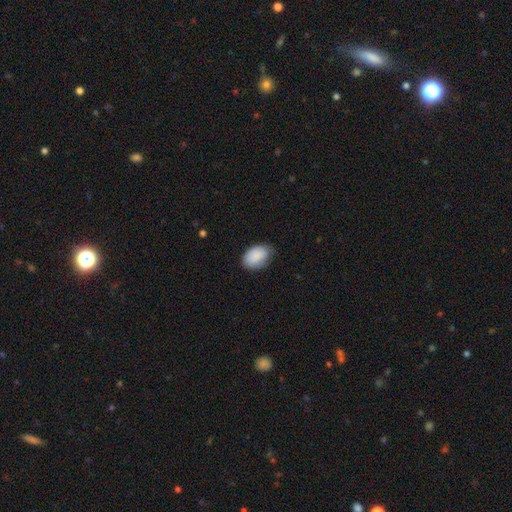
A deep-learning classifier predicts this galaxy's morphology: Q: Smooth or featured?
A: smooth (90%); runner-up: star or artifact (6%)
Q: How rounded?
A: in between (90%); runner-up: round (9%)
Q: Merging?
A: none (73%); runner-up: minor disturbance (22%)